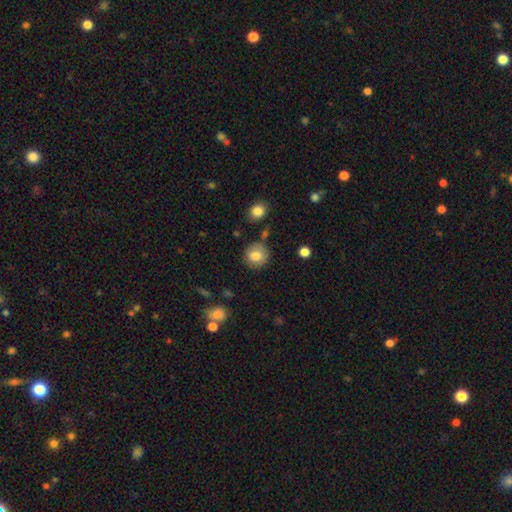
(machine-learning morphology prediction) A smooth galaxy with no disk features (80%) that is round (90%). Merging: none (82%).